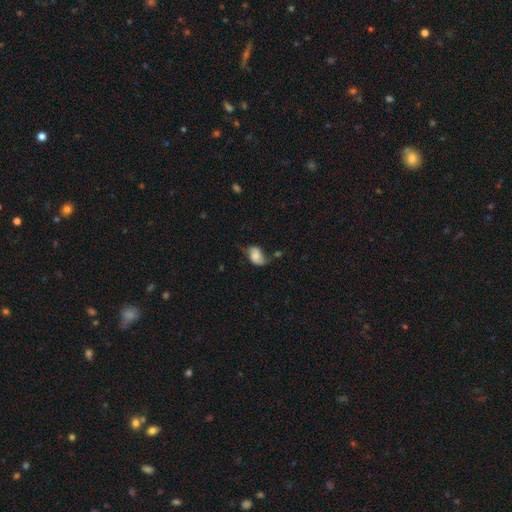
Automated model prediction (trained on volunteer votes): This appears to be a smooth galaxy with no disk features (50%) that is in between round and cigar-shaped (83%). Merging: none (45%).